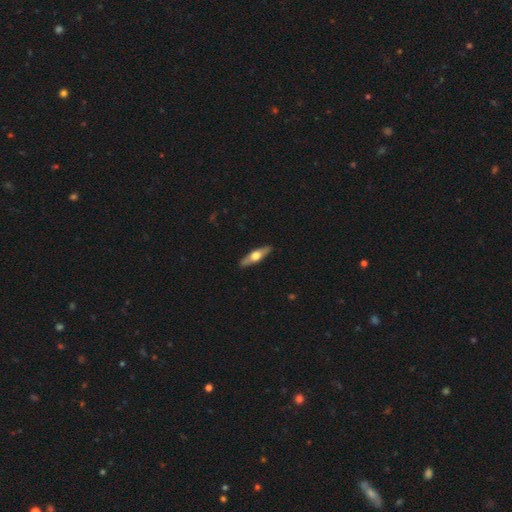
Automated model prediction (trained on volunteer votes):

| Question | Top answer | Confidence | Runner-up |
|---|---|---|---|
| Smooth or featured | featured or disk | 55% | smooth (41%) |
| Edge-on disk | yes | 90% | no (10%) |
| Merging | none | 89% | minor disturbance (8%) |